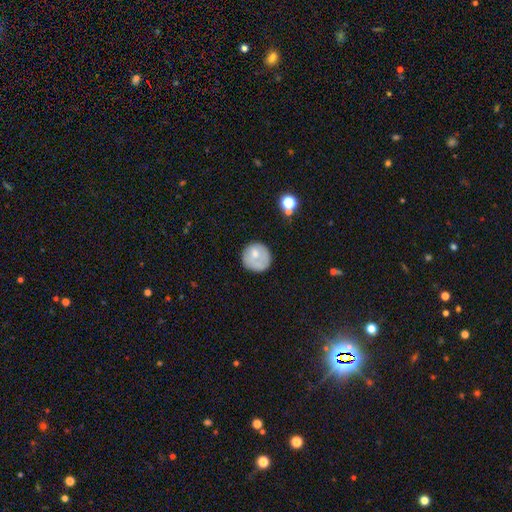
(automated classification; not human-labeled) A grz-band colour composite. It shows a smooth galaxy with no disk features (70%) that is round (90%). Merging: none (72%).